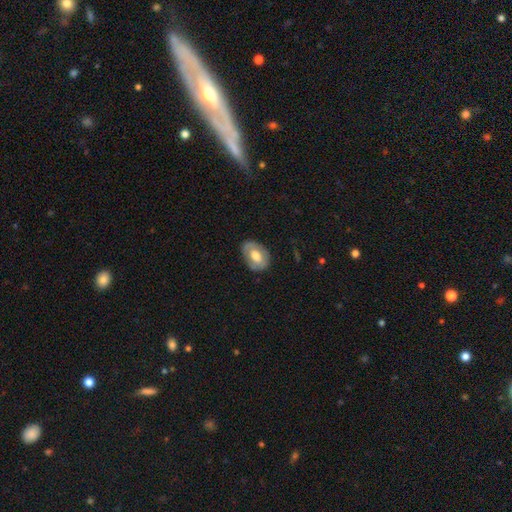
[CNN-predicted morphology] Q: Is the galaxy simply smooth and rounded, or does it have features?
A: smooth — 53%.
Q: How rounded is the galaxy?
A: in between — 82%.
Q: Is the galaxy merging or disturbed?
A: none — 76%.